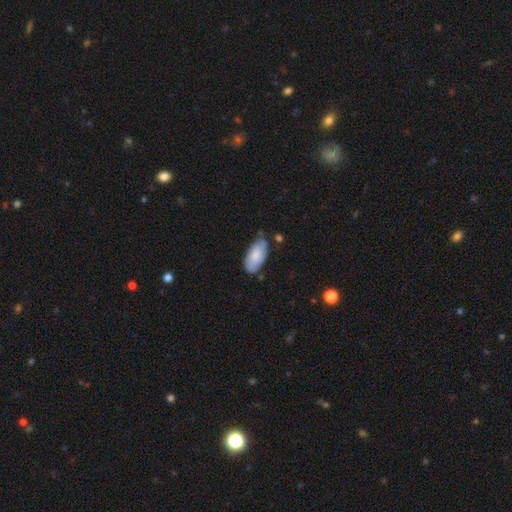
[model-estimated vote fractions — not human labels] Smooth or featured? Predicted: smooth (p=0.74). How rounded? Predicted: in between (p=0.93). Merging? Predicted: none (p=0.57).